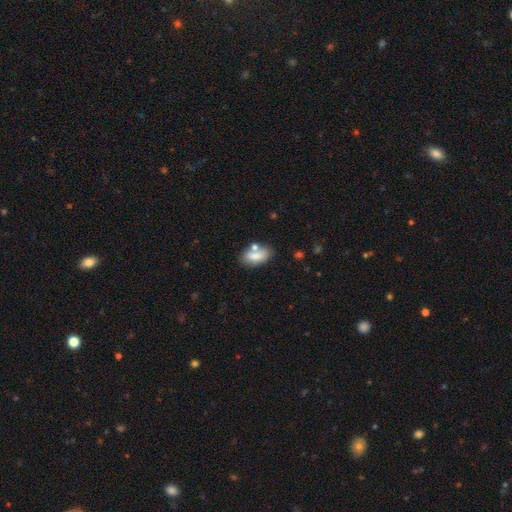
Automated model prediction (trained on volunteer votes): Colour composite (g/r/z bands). It shows a smooth galaxy with no disk features (79%) that is in between round and cigar-shaped (90%). Merging: none (61%).